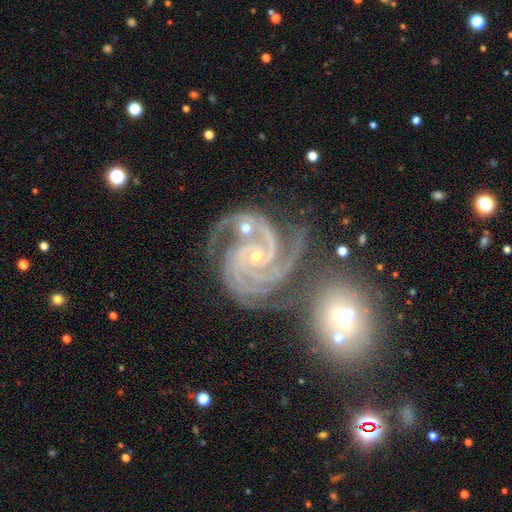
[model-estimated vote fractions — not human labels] Smooth or featured?
  - featured or disk: 93% *
  - star or artifact: 5%
  - smooth: 2%
Edge-on disk?
  - no: 98% *
  - yes: 2%
Bar?
  - no: 61% *
  - weak: 24%
  - strong: 15%
Spiral arms?
  - yes: 99% *
  - no: 1%
Spiral winding?
  - tight: 72% *
  - medium: 26%
  - loose: 3%
Spiral arm count?
  - 3: 44% *
  - 4: 26%
  - 2: 11%
  - can't tell: 7%
  - more than 4: 6%
  - 1: 6%
Bulge size?
  - small: 82% *
  - moderate: 14%
  - none: 2%
  - large: 1%
  - dominant: 1%
Merging?
  - none: 53% *
  - minor disturbance: 20%
  - merger: 18%
  - major disturbance: 10%